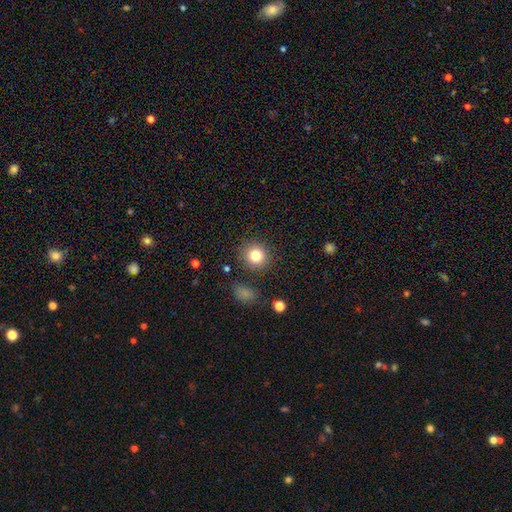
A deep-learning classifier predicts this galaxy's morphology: A smooth galaxy with no disk features (82%) that is round (89%).

Vote fractions:
- Smooth or featured? smooth: 82% / star or artifact: 11% / featured or disk: 7%
- How rounded? round: 89% / in between: 10% / cigar-shaped: 1%
- Merging? none: 86% / minor disturbance: 8% / major disturbance: 3% / merger: 3%